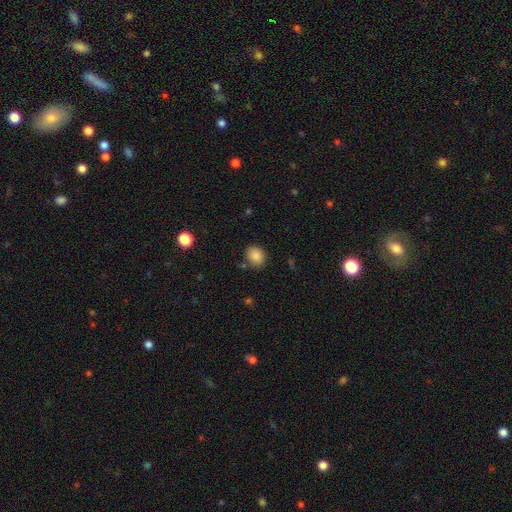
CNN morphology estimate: Smooth or featured: smooth — 86% (star or artifact — 9%)
How rounded: round — 55% (in between — 44%)
Merging: none — 80% (minor disturbance — 13%)